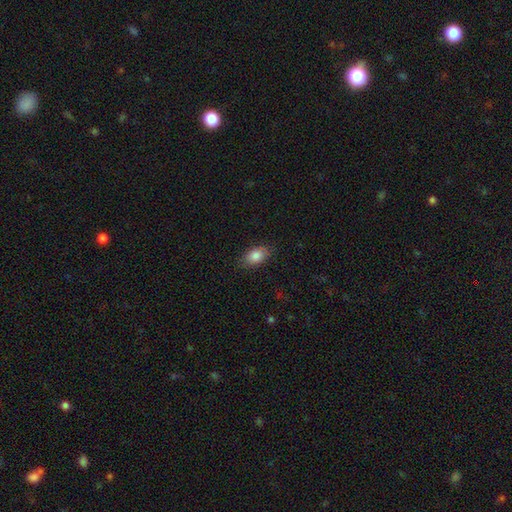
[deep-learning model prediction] A smooth galaxy with no disk features (84%) that is in between round and cigar-shaped (89%).

Vote fractions:
- Smooth or featured? smooth: 84% / featured or disk: 9% / star or artifact: 8%
- How rounded? in between: 89% / round: 9% / cigar-shaped: 2%
- Merging? none: 83% / minor disturbance: 13% / major disturbance: 3% / merger: 1%